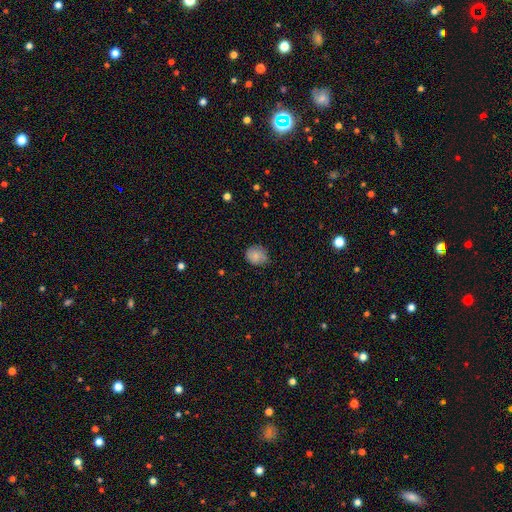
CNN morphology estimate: This appears to be a smooth galaxy with no disk features (80%) that is round (75%). Merging: none (72%).